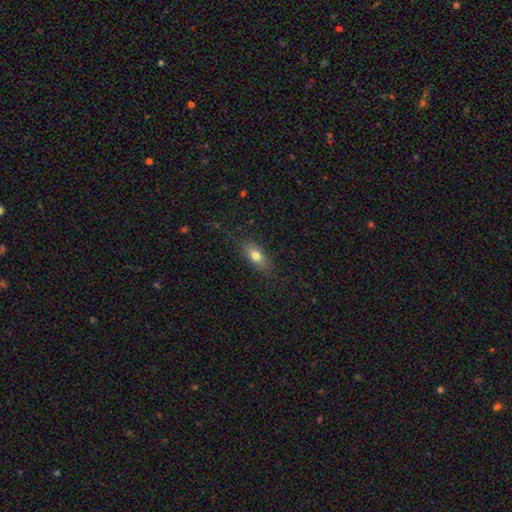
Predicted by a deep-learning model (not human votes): This appears to be a smooth galaxy with no disk features (74%) that is in between round and cigar-shaped (78%). Merging: none (80%).